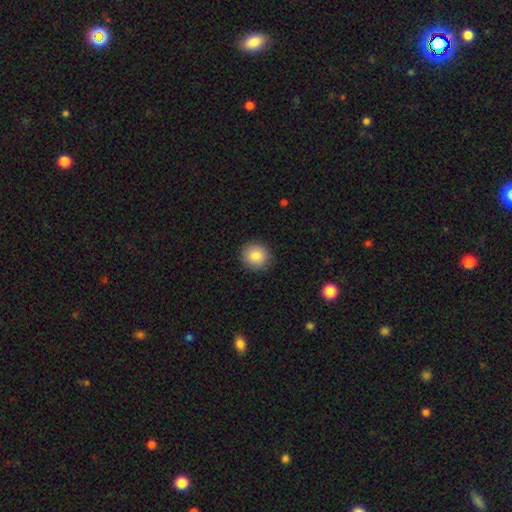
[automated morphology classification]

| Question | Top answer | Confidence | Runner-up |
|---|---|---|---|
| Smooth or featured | smooth | 85% | star or artifact (9%) |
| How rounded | round | 87% | in between (12%) |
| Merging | none | 91% | minor disturbance (6%) |